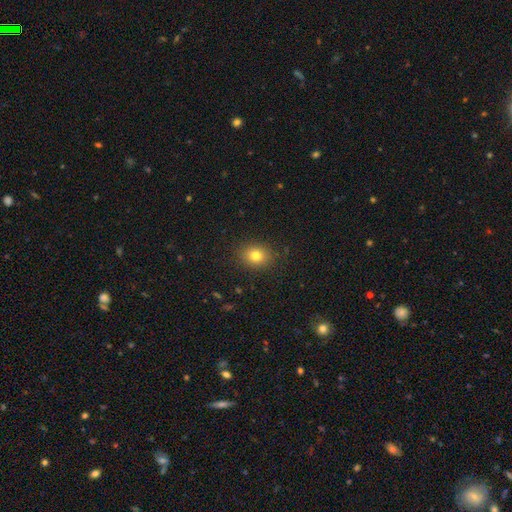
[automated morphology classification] A smooth galaxy with no disk features (80%) that is round (55%).

Vote fractions:
- Smooth or featured? smooth: 80% / star or artifact: 12% / featured or disk: 8%
- How rounded? round: 55% / in between: 44% / cigar-shaped: 1%
- Merging? none: 88% / minor disturbance: 8% / major disturbance: 3% / merger: 1%